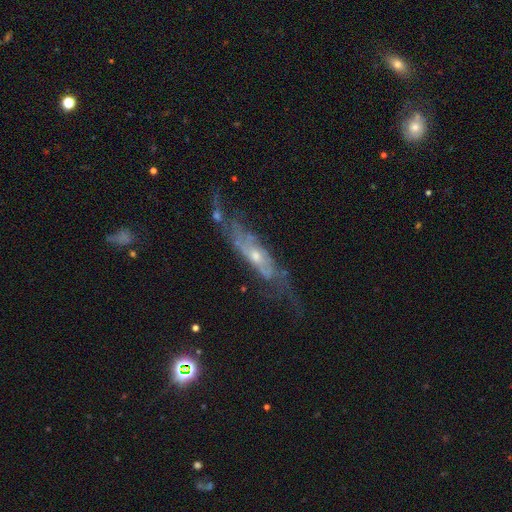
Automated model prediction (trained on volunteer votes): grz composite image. It shows a featured or disk galaxy (80%) with no bar (68%), spiral arms (80%) and a small central bulge (49%). Merging: none (50%).